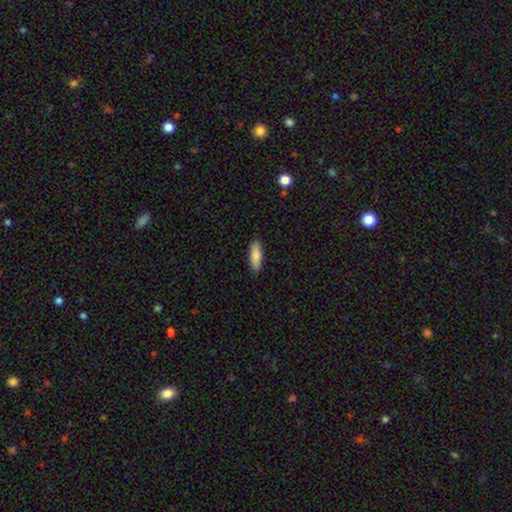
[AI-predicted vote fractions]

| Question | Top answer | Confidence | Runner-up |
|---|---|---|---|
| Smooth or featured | smooth | 87% | featured or disk (7%) |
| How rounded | in between | 60% | cigar-shaped (38%) |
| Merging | none | 89% | minor disturbance (8%) |